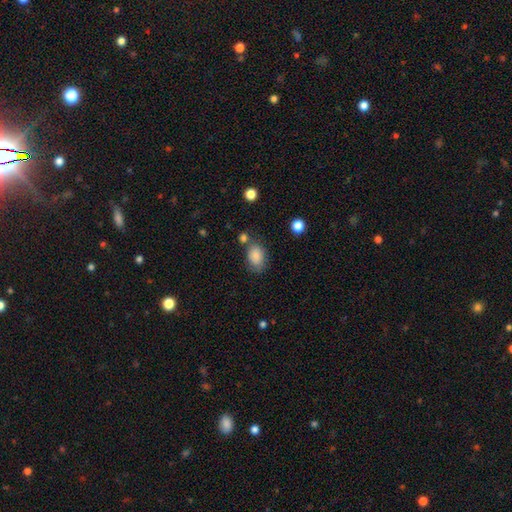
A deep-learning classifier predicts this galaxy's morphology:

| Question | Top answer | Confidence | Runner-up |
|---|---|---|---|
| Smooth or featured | smooth | 85% | star or artifact (8%) |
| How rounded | in between | 81% | round (18%) |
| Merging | none | 65% | minor disturbance (19%) |